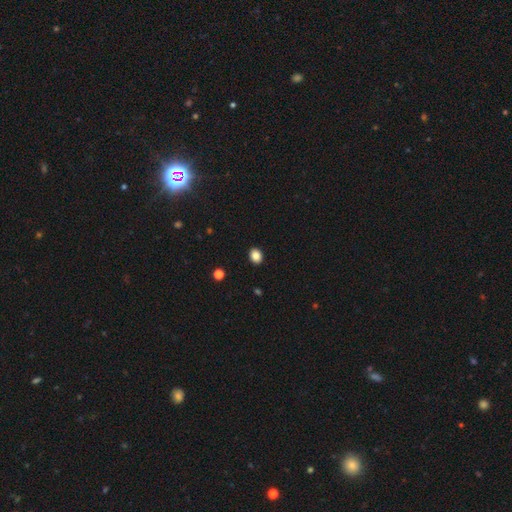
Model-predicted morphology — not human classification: Q: Smooth or featured?
A: smooth (86%); runner-up: star or artifact (10%)
Q: How rounded?
A: in between (53%); runner-up: round (46%)
Q: Merging?
A: none (91%); runner-up: minor disturbance (6%)